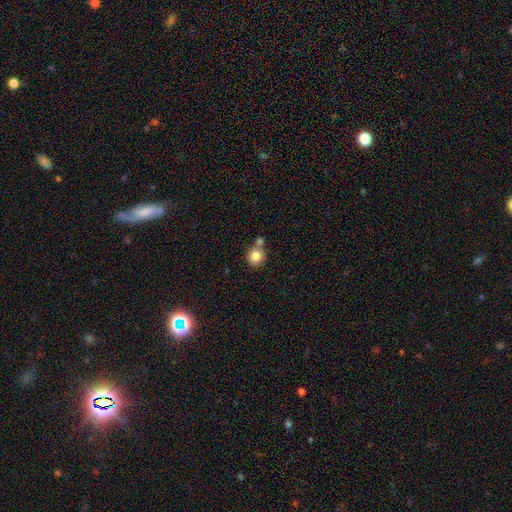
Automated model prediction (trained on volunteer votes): A smooth galaxy with no disk features (82%) that is round (90%). Merging: none (59%).